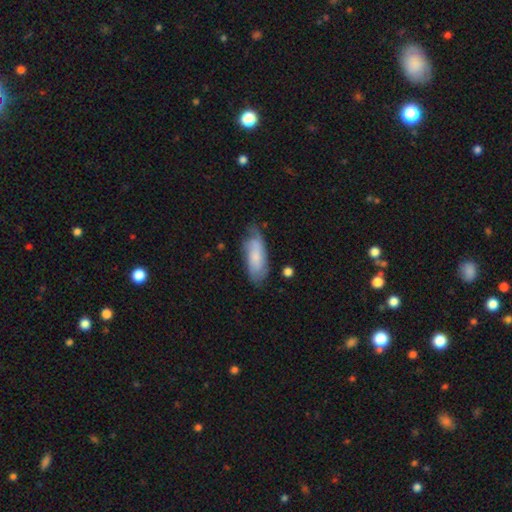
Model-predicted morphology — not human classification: Smooth or featured: smooth — 60% (featured or disk — 33%)
How rounded: in between — 74% (cigar-shaped — 24%)
Merging: none — 62% (minor disturbance — 28%)